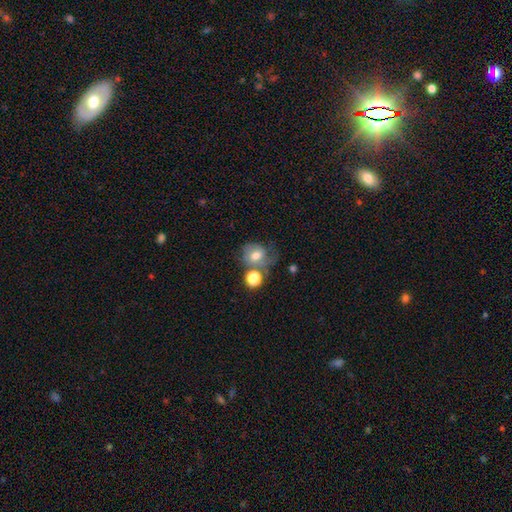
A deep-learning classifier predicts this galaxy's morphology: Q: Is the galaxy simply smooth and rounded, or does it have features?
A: smooth — 59%.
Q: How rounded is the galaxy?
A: round — 65%.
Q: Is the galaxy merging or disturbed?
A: none — 38%.